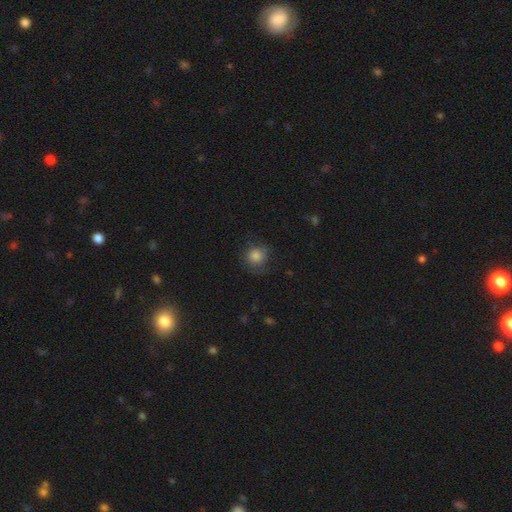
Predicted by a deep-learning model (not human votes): The model was most divided on "merging": none: 68%, minor disturbance: 21%, major disturbance: 10%, merger: 1%. More confident: how rounded — round (88%); smooth or featured — smooth (80%).